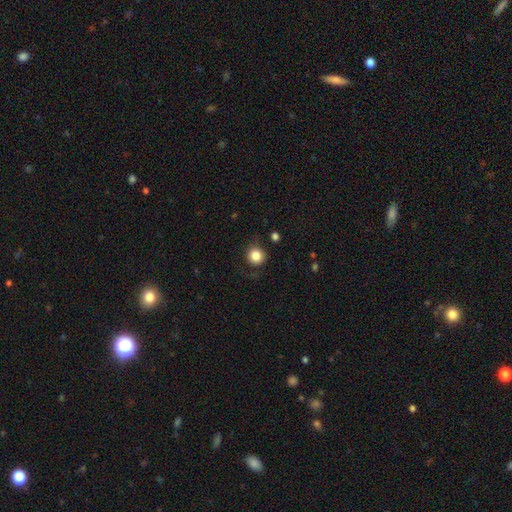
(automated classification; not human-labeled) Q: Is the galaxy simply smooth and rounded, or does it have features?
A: smooth — 83%.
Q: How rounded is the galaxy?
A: round — 92%.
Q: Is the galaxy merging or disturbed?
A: none — 82%.